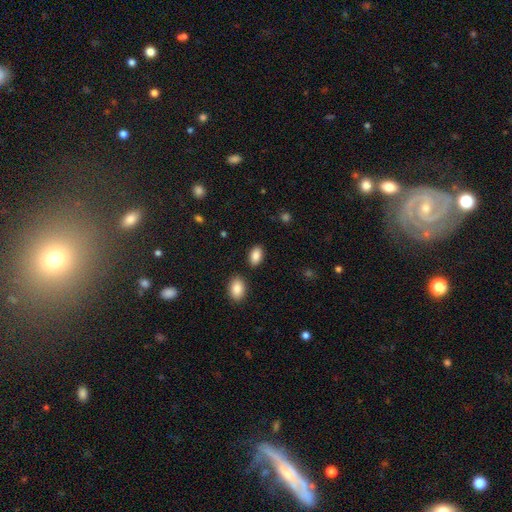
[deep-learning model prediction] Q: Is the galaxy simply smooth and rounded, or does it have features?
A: smooth — 88%.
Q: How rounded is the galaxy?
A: in between — 92%.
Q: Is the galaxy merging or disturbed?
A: none — 85%.